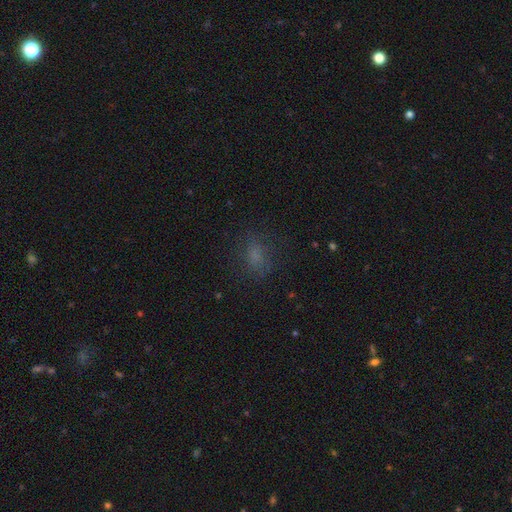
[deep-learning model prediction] Smooth or featured? Predicted: smooth (p=0.67). How rounded? Predicted: in between (p=0.66). Merging? Predicted: none (p=0.75).